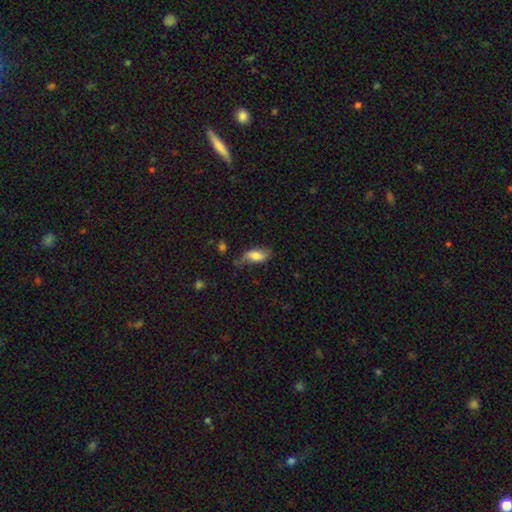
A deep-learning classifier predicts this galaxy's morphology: Overall: smooth (69%). How rounded: in between (87%). Merging: none (54%; minor disturbance 32%).